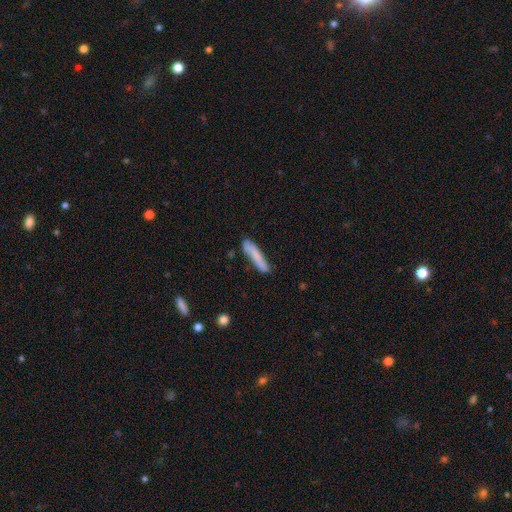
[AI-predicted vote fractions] Morphology: type=smooth (75%); roundness=cigar-shaped (90%); merging=none (74%).